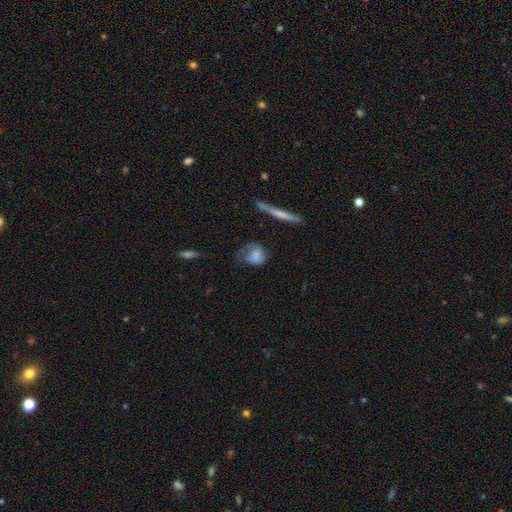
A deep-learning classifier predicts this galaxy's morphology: smooth_or_featured: smooth (p=0.67) [alt: featured or disk p=0.25]
how_rounded: round (p=0.48) [alt: in between p=0.47]
merging: none (p=0.36) [alt: minor disturbance p=0.32]